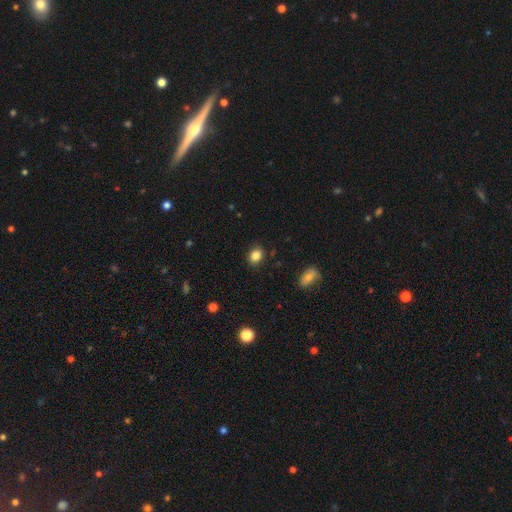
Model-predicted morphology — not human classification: Smooth or featured: smooth — 85% (star or artifact — 10%)
How rounded: round — 52% (in between — 47%)
Merging: none — 88% (minor disturbance — 9%)